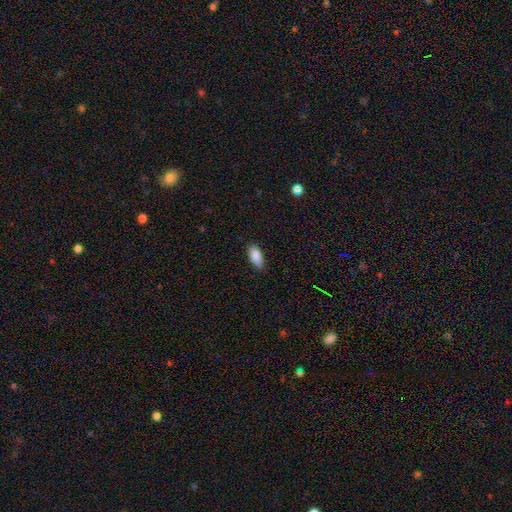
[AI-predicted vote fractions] smooth-or-featured: smooth: 89% | star or artifact: 7% | featured or disk: 5%
  how-rounded: in between: 89% | cigar-shaped: 8% | round: 2%
  merging: none: 85% | minor disturbance: 12% | major disturbance: 2% | merger: 1%